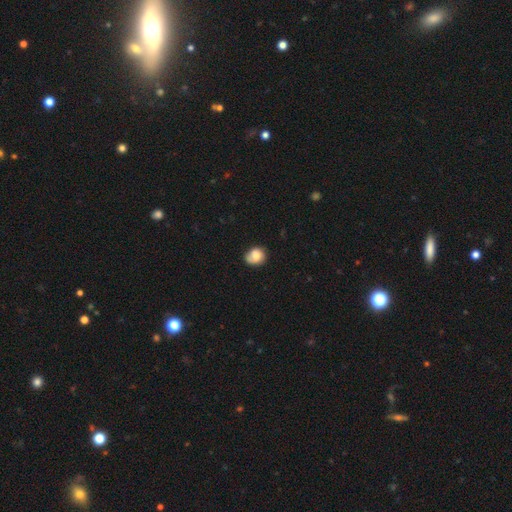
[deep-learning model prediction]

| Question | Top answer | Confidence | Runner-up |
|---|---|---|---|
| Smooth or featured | smooth | 71% | featured or disk (21%) |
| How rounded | round | 63% | in between (36%) |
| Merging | none | 60% | minor disturbance (29%) |